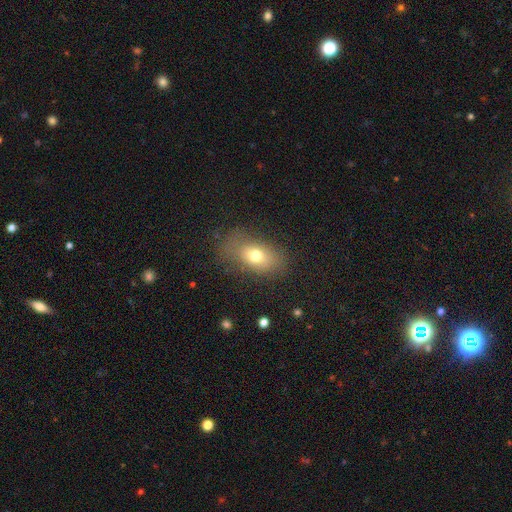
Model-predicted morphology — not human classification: This appears to be a smooth galaxy with no disk features (70%) that is in between round and cigar-shaped (82%). Merging: none (66%).